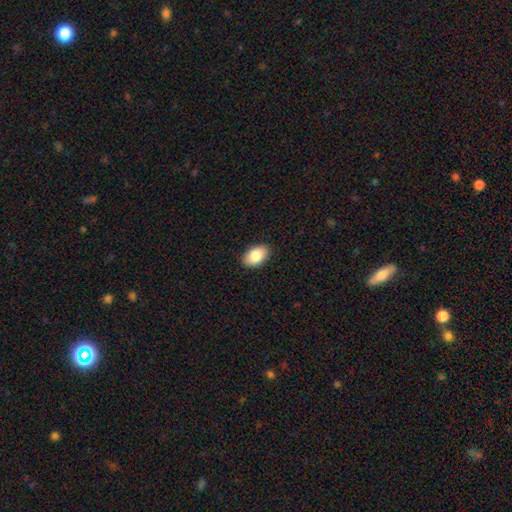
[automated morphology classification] Smooth or featured?
  - smooth: 86% *
  - featured or disk: 7%
  - star or artifact: 7%
How rounded?
  - in between: 92% *
  - round: 7%
  - cigar-shaped: 1%
Merging?
  - none: 90% *
  - minor disturbance: 7%
  - major disturbance: 2%
  - merger: 1%